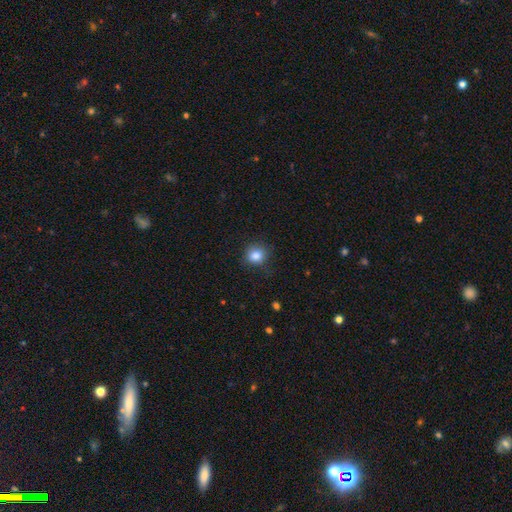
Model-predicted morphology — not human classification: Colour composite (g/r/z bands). It shows a smooth galaxy with no disk features (85%) that is round (83%). Merging: none (82%).